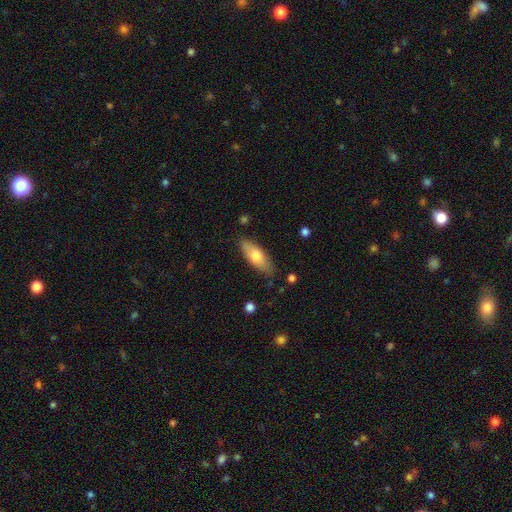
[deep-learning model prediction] This appears to be a smooth galaxy with no disk features (71%) that is in between round and cigar-shaped (69%). Merging: none (82%).